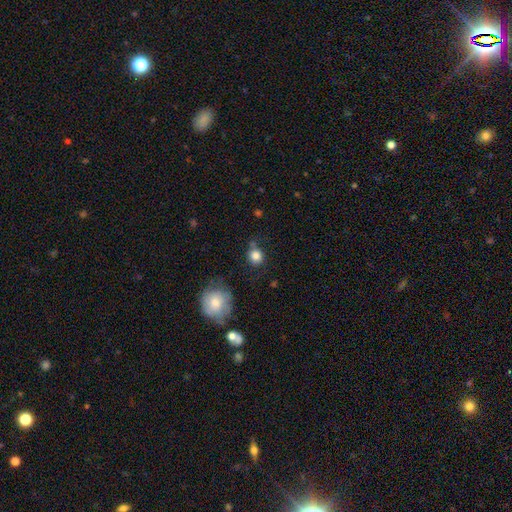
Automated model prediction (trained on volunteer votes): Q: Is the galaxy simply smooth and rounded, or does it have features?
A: smooth — 83%.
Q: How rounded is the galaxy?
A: round — 84%.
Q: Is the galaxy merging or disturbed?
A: none — 71%.